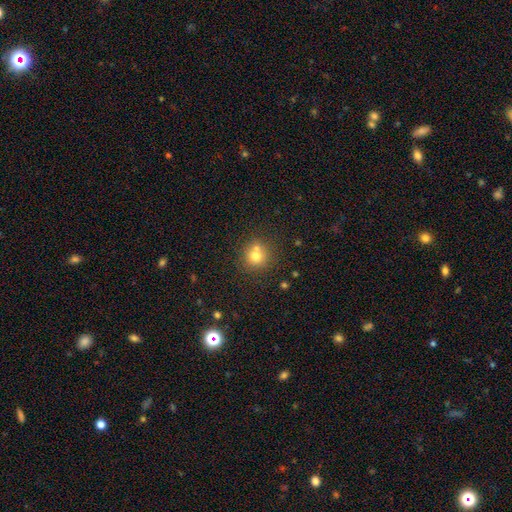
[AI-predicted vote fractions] Overall: smooth (72%). How rounded: round (89%). Merging: none (61%; merger 26%).